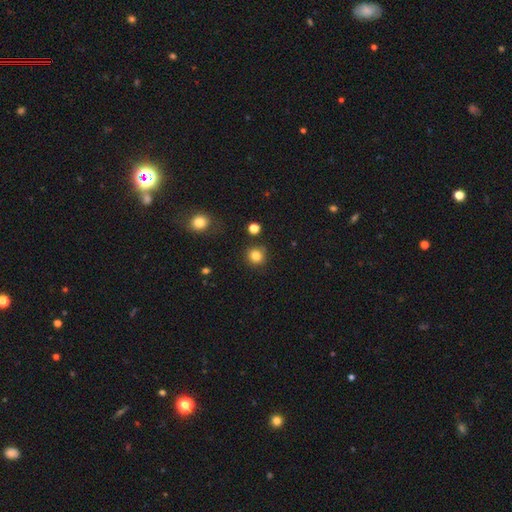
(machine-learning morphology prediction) The model was most divided on "smooth or featured": smooth: 83%, star or artifact: 12%, featured or disk: 5%. More confident: how rounded — round (92%); merging — none (86%).